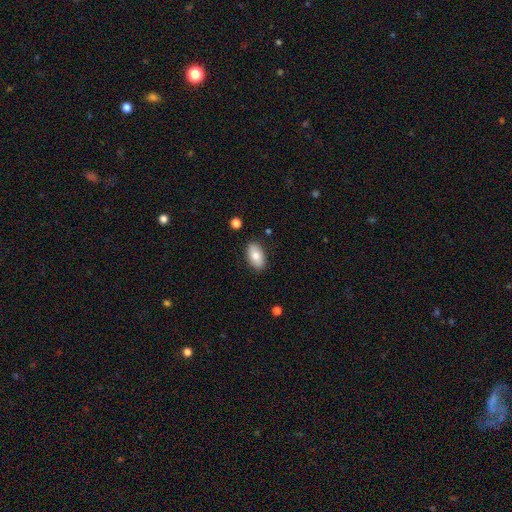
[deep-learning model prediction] Smooth or featured: smooth — 79% (featured or disk — 15%)
How rounded: in between — 94% (round — 4%)
Merging: none — 86% (minor disturbance — 10%)